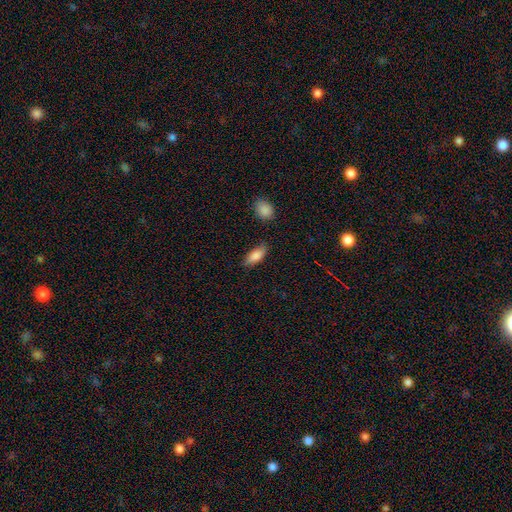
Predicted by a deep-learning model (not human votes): Smooth or featured?
  - smooth: 83% *
  - featured or disk: 10%
  - star or artifact: 7%
How rounded?
  - in between: 80% *
  - cigar-shaped: 18%
  - round: 3%
Merging?
  - none: 77% *
  - minor disturbance: 16%
  - major disturbance: 4%
  - merger: 3%